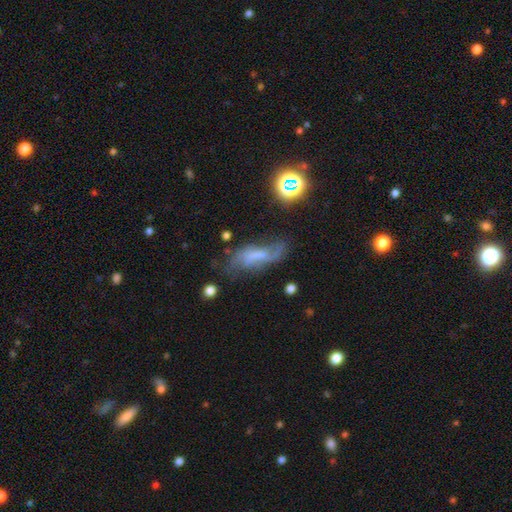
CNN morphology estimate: This is possibly a featured or disk galaxy (54%). It is clearly not viewed edge-on (86%). Merging: marginally none (43%).